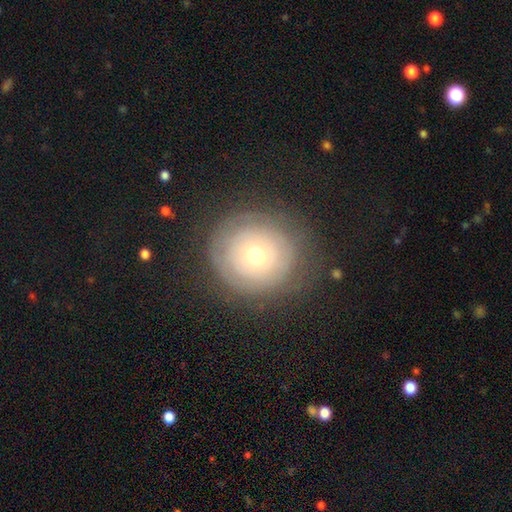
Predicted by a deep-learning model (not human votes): This is possibly a featured or disk galaxy (47%). Merging: clearly none (81%).